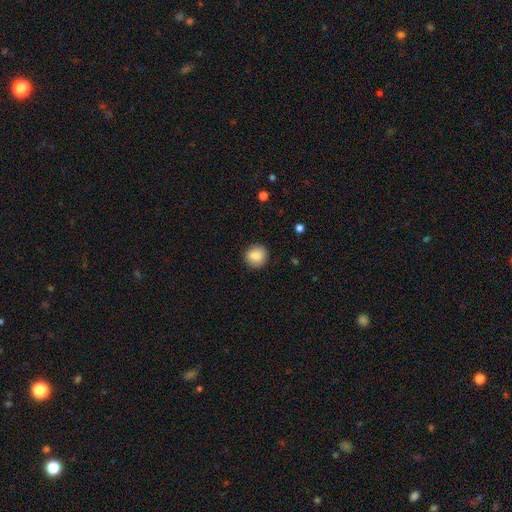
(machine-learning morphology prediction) Smooth or featured? Predicted: smooth (p=0.87). How rounded? Predicted: round (p=0.90). Merging? Predicted: none (p=0.89).